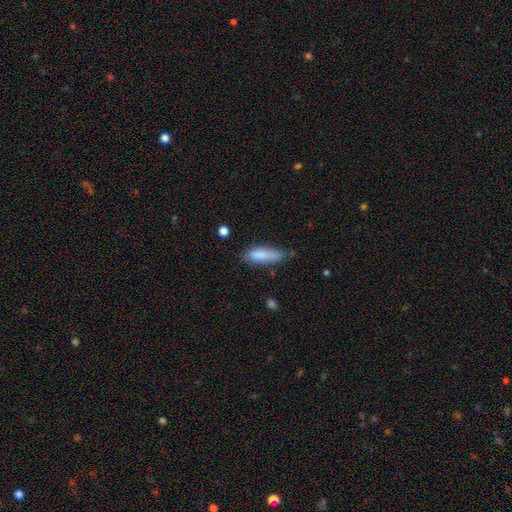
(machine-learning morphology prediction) This appears to be a smooth galaxy with no disk features (81%) that is cigar-shaped (63%). Merging: none (63%).